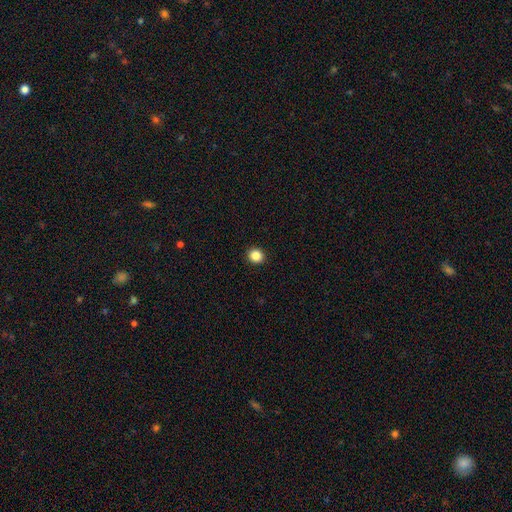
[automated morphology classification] Overall: smooth (86%). How rounded: round (88%). Merging: none (93%).